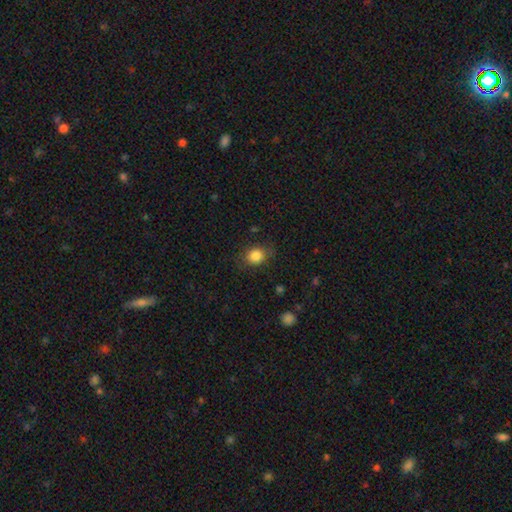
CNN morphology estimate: Smooth or featured: smooth — 84% (star or artifact — 10%)
How rounded: round — 60% (in between — 39%)
Merging: none — 79% (minor disturbance — 15%)